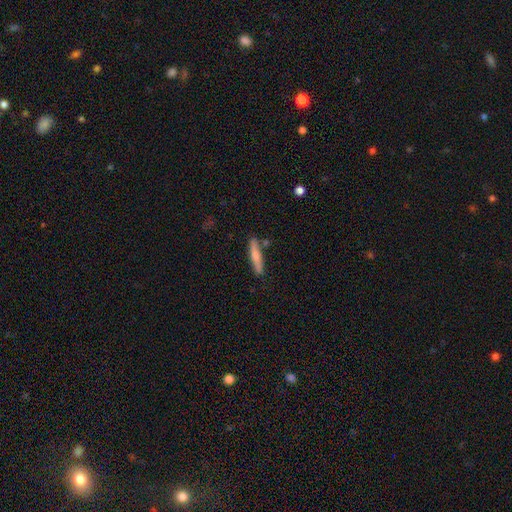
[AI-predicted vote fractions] smooth-or-featured: smooth: 66% | featured or disk: 29% | star or artifact: 5%
  how-rounded: cigar-shaped: 90% | in between: 8% | round: 2%
  merging: none: 82% | minor disturbance: 11% | merger: 5% | major disturbance: 2%